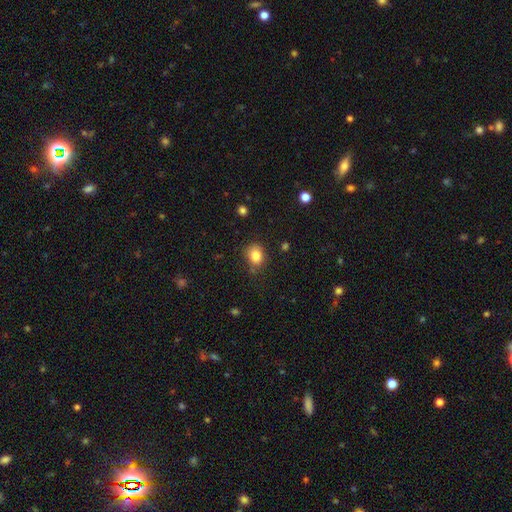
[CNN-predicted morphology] The model was most divided on "how rounded": round: 56%, in between: 43%, cigar-shaped: 1%. More confident: smooth or featured — smooth (83%); merging — none (76%).